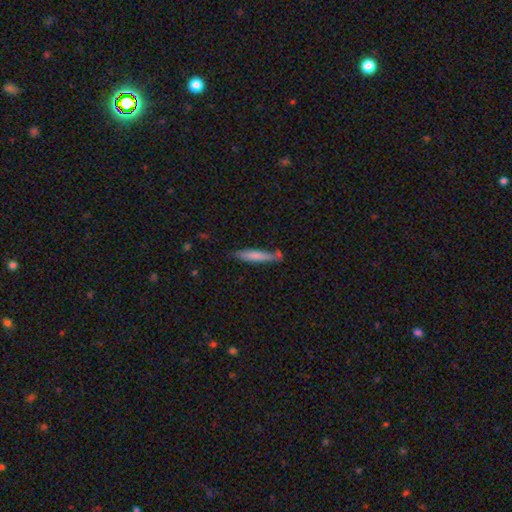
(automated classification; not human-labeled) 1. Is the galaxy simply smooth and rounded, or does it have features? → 72% smooth, 22% featured or disk, 6% star or artifact.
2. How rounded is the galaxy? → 91% cigar-shaped, 8% in between, 1% round.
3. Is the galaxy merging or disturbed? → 70% none, 18% minor disturbance, 8% merger, 4% major disturbance.